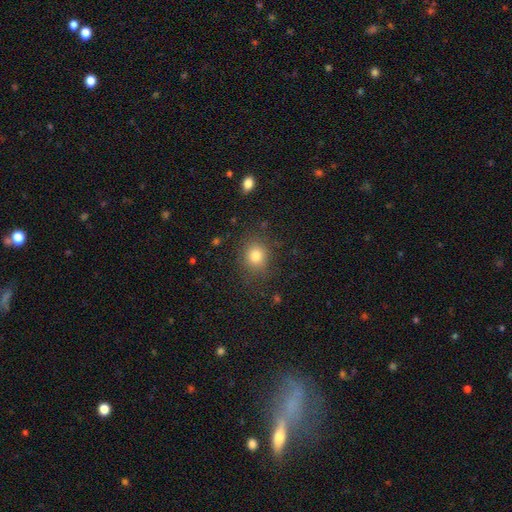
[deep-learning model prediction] Smooth or featured: smooth — 80% (star or artifact — 13%)
How rounded: round — 78% (in between — 21%)
Merging: none — 83% (minor disturbance — 11%)